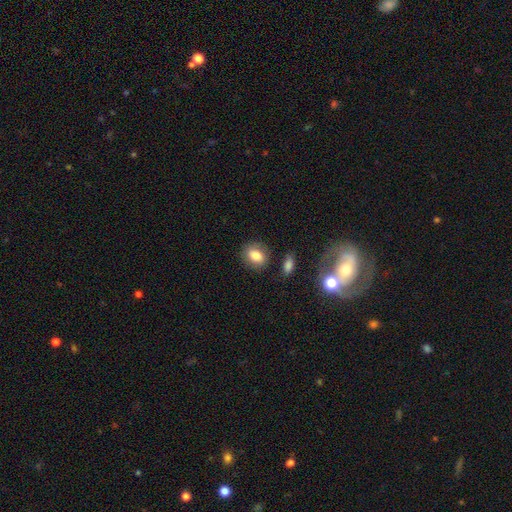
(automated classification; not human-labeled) A smooth galaxy with no disk features (81%) that is in between round and cigar-shaped (51%).

Vote fractions:
- Smooth or featured? smooth: 81% / featured or disk: 11% / star or artifact: 8%
- How rounded? in between: 51% / round: 47% / cigar-shaped: 1%
- Merging? none: 81% / minor disturbance: 11% / merger: 4% / major disturbance: 3%